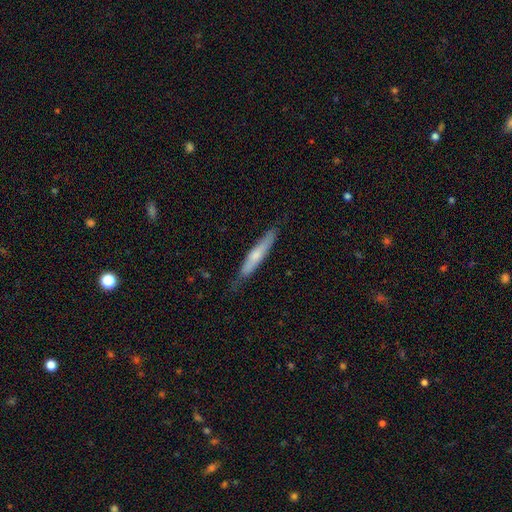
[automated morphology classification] The model was most divided on "smooth or featured": smooth: 55%, featured or disk: 39%, star or artifact: 6%. More confident: how rounded — cigar-shaped (92%); merging — none (78%).